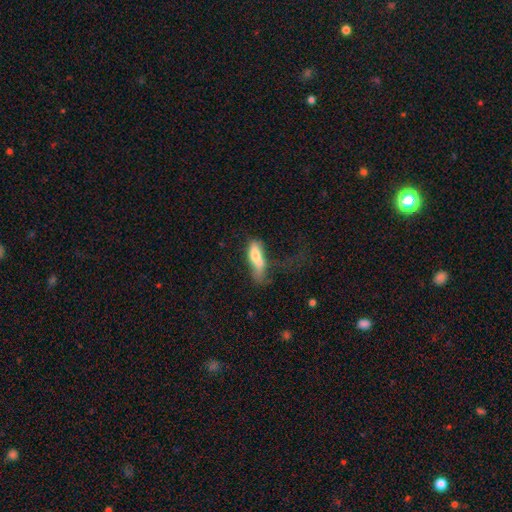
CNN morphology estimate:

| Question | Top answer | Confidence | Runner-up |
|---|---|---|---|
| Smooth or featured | smooth | 67% | featured or disk (25%) |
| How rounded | in between | 52% | cigar-shaped (45%) |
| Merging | major disturbance | 40% | minor disturbance (24%) |